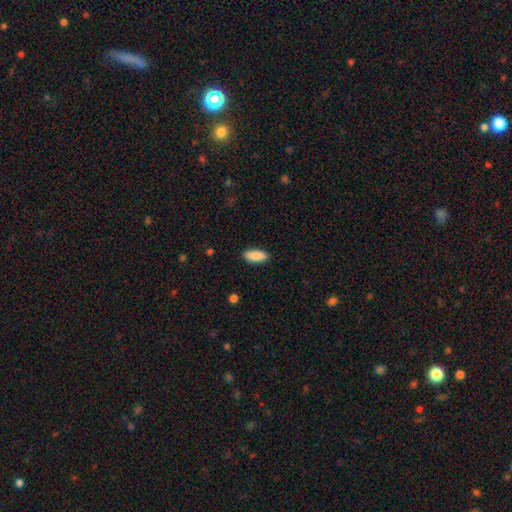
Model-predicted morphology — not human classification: Smooth or featured?
  - smooth: 89% *
  - star or artifact: 6%
  - featured or disk: 5%
How rounded?
  - in between: 79% *
  - cigar-shaped: 19%
  - round: 2%
Merging?
  - none: 89% *
  - minor disturbance: 8%
  - major disturbance: 2%
  - merger: 1%